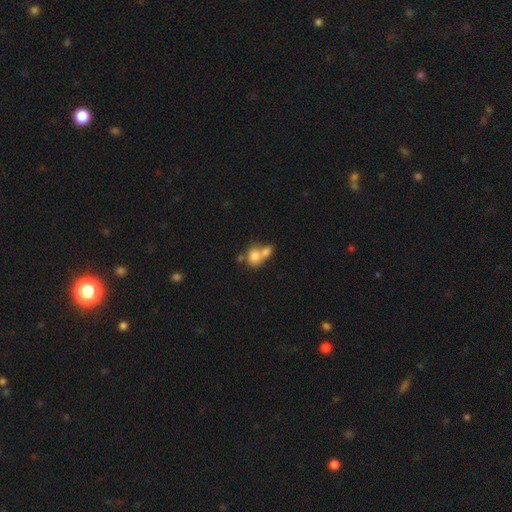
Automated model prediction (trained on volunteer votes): This is likely a smooth galaxy (77%). How rounded: likely round (61%). Merging: likely merger (64%).